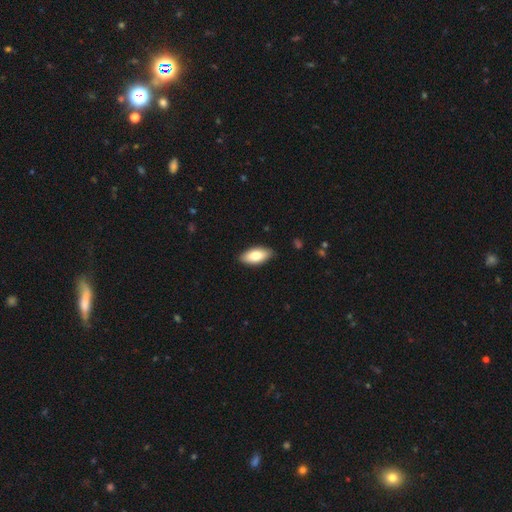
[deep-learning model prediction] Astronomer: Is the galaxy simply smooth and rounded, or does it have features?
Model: smooth — 79%.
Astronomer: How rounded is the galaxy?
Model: in between — 90%.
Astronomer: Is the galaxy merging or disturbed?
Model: none — 88%.